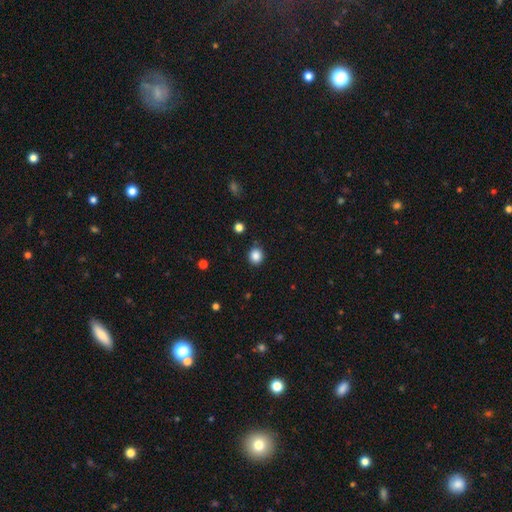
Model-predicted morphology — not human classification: A smooth galaxy with no disk features (86%) that is round (84%). Merging: none (88%).